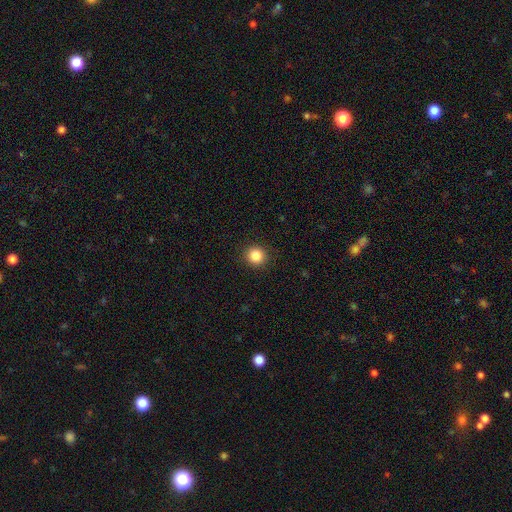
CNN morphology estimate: The model was most divided on "smooth or featured": smooth: 86%, star or artifact: 10%, featured or disk: 4%. More confident: merging — none (91%); how rounded — round (91%).